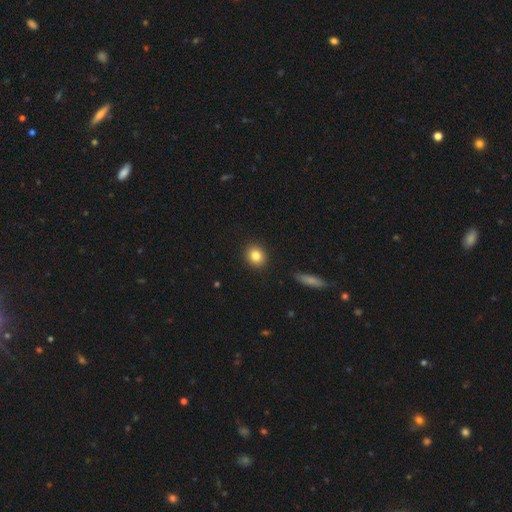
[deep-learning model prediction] Q: Smooth or featured?
A: smooth (84%); runner-up: star or artifact (9%)
Q: How rounded?
A: round (76%); runner-up: in between (22%)
Q: Merging?
A: none (91%); runner-up: minor disturbance (6%)